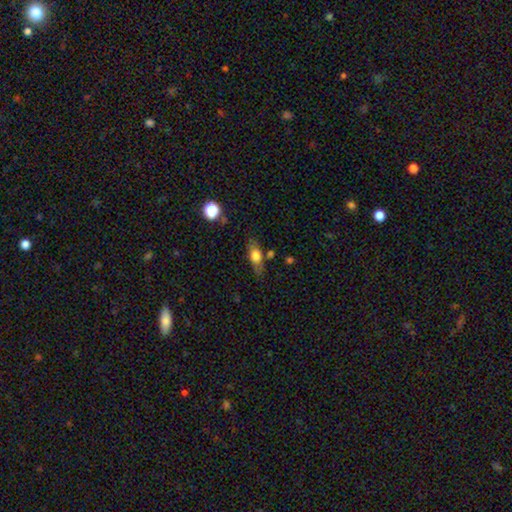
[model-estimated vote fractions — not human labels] Smooth or featured? Predicted: smooth (p=0.64). How rounded? Predicted: in between (p=0.66). Merging? Predicted: none (p=0.70).